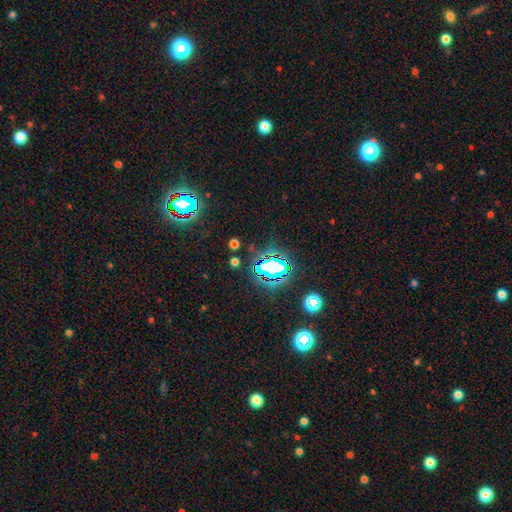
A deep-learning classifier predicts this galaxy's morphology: Q: Smooth or featured?
A: star or artifact (81%); runner-up: smooth (11%)